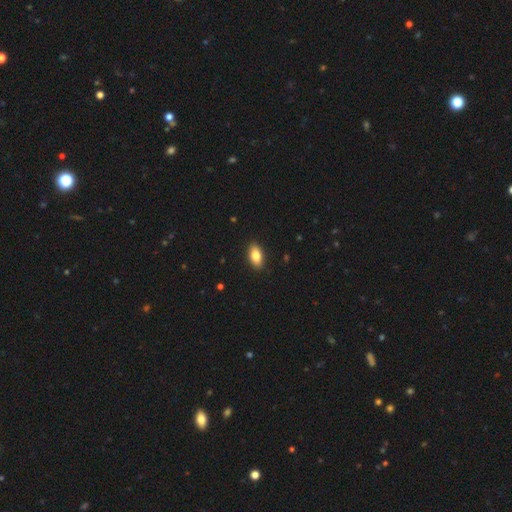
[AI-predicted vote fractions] This appears to be a smooth galaxy with no disk features (82%) that is in between round and cigar-shaped (89%). Merging: none (90%).